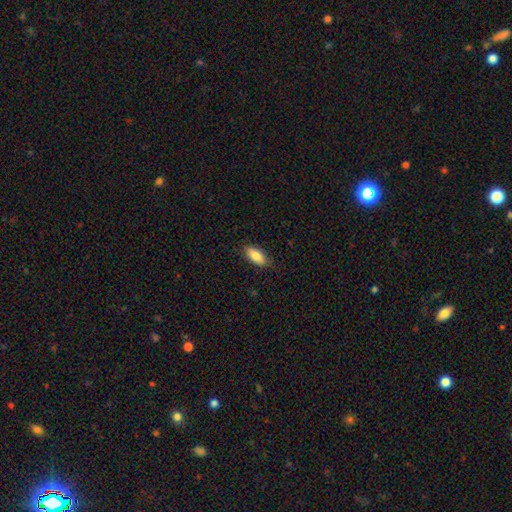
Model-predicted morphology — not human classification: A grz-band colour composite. It shows a smooth galaxy with no disk features (85%) that is in between round and cigar-shaped (87%). Merging: none (85%).